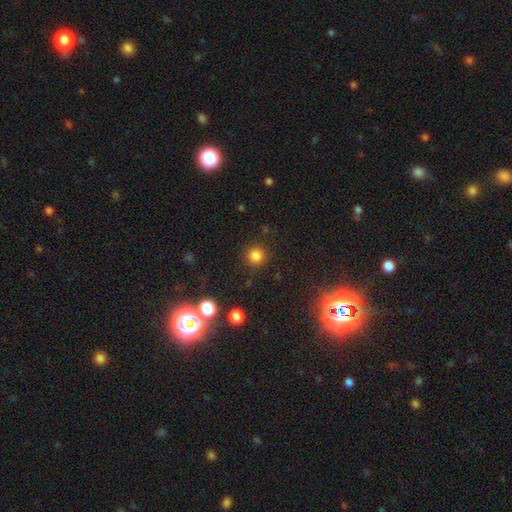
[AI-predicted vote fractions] Overall: smooth (82%). How rounded: round (94%). Merging: none (88%).